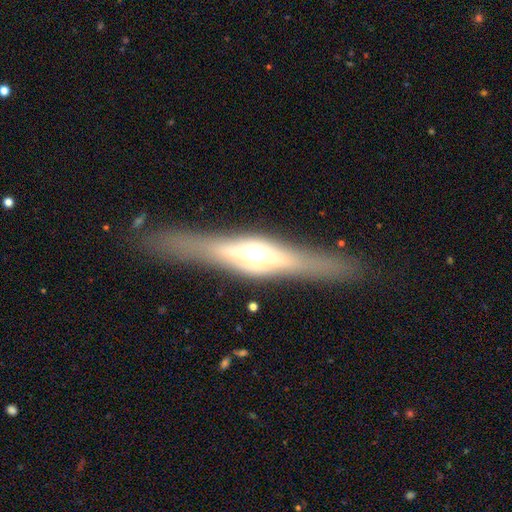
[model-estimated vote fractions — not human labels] Smooth or featured: featured or disk — 76% (smooth — 18%)
Edge-on disk: yes — 94% (no — 6%)
Edge-on bulge: rounded — 84% (boxy — 12%)
Merging: none — 87% (minor disturbance — 9%)